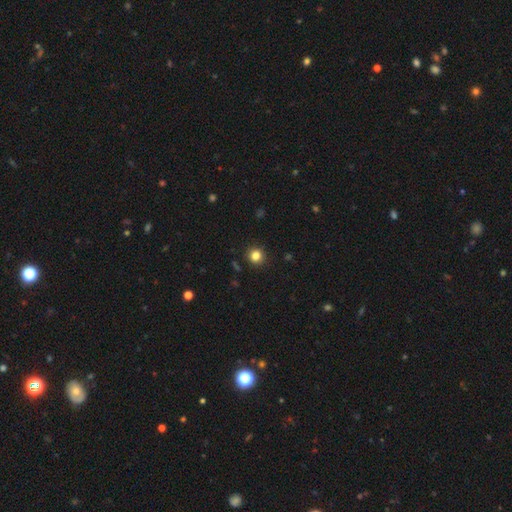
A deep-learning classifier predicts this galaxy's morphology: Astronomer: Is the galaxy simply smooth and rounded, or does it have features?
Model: smooth — 83%.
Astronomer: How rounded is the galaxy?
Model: round — 91%.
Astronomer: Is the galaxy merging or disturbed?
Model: none — 91%.